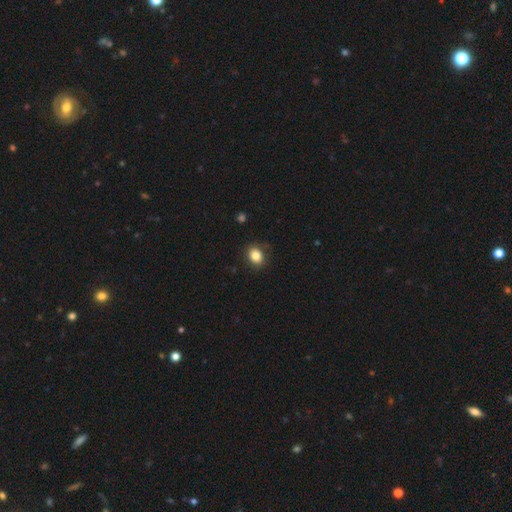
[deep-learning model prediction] smooth_or_featured: smooth (p=0.84) [alt: star or artifact p=0.09]
how_rounded: in between (p=0.51) [alt: round p=0.48]
merging: none (p=0.83) [alt: minor disturbance p=0.13]